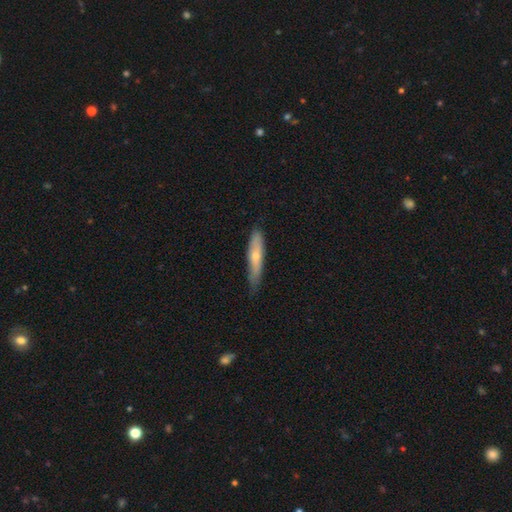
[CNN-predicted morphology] This appears to be a smooth galaxy with no disk features (57%) that is cigar-shaped (83%). Merging: none (70%).